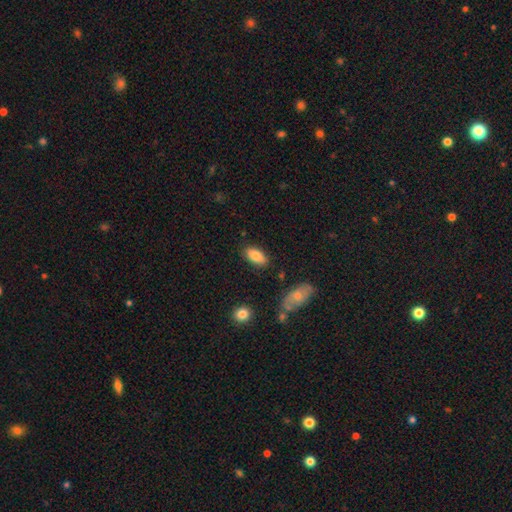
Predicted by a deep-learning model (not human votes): Smooth or featured? Predicted: smooth (p=0.83). How rounded? Predicted: in between (p=0.91). Merging? Predicted: none (p=0.84).